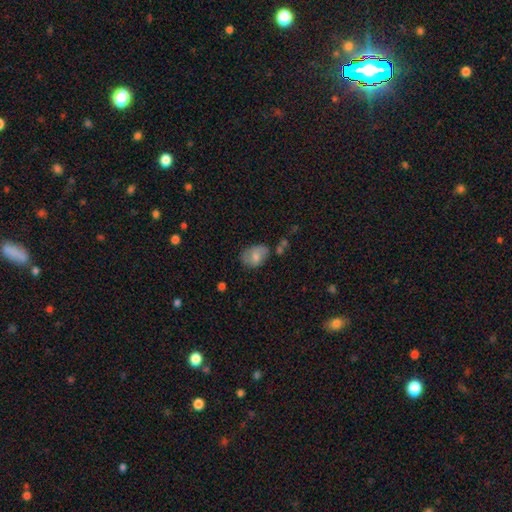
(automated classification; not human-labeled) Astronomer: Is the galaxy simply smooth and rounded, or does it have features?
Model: smooth — 74%.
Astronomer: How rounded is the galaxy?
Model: in between — 79%.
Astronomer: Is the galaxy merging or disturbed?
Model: none — 55%.